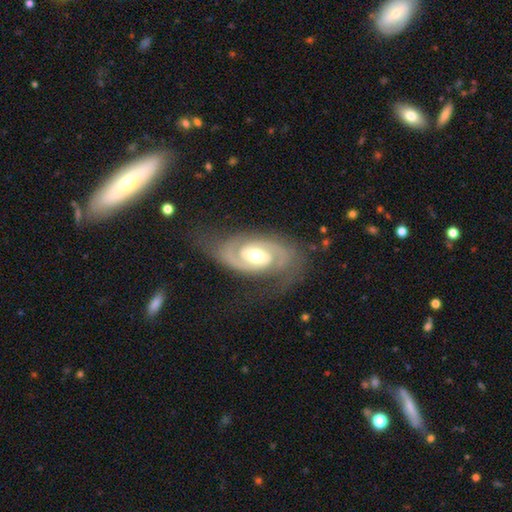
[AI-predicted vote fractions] This appears to be a featured or disk galaxy (90%) with no bar (50%), 2 (90%) tight (46%) spiral arms (97%) and a moderate central bulge (71%). Merging: none (72%).